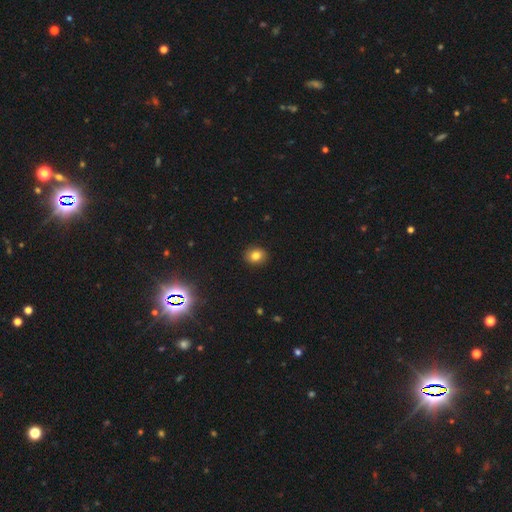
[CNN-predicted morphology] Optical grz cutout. It shows a smooth galaxy with no disk features (80%) that is round (62%). Merging: none (91%).